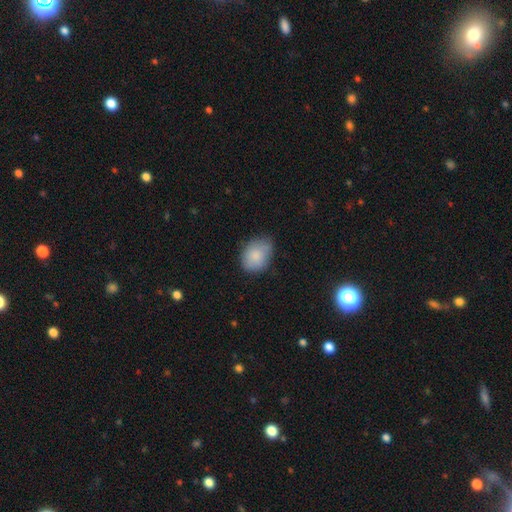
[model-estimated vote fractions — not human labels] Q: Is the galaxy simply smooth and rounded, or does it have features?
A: smooth — 84%.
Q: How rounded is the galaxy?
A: in between — 69%.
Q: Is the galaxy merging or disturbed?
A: none — 60%.